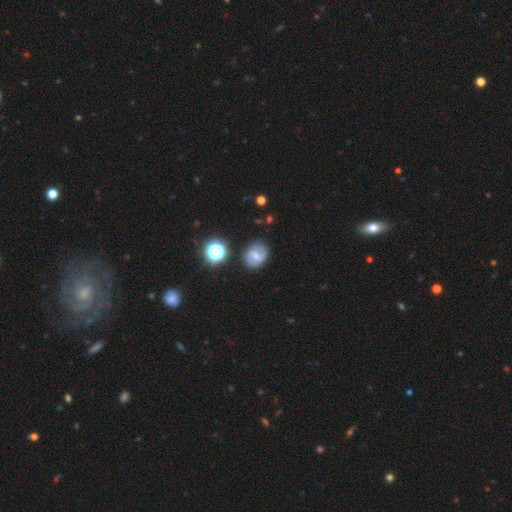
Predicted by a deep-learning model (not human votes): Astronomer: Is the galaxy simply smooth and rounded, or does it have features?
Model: featured or disk — 54% (runner-up: smooth, 35%).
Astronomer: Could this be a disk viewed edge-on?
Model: no — 96%.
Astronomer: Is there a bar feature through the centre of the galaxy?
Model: weak — 52% (runner-up: strong, 29%).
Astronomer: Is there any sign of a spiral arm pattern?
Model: yes — 78%.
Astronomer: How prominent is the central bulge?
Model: small — 48% (runner-up: moderate, 37%).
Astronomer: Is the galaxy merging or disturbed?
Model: none — 80%.